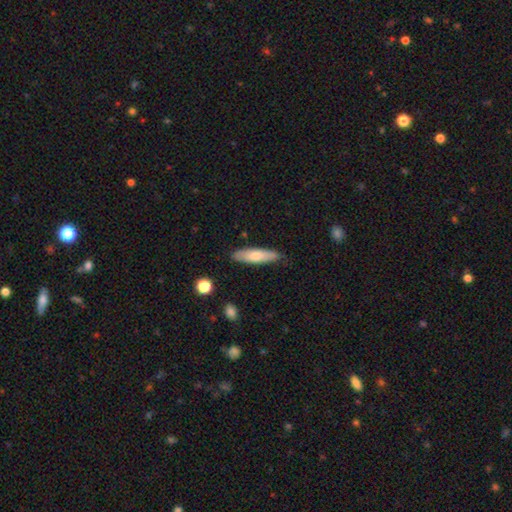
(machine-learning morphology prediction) Smooth or featured: smooth — 71% (featured or disk — 23%)
How rounded: cigar-shaped — 70% (in between — 28%)
Merging: none — 83% (minor disturbance — 13%)